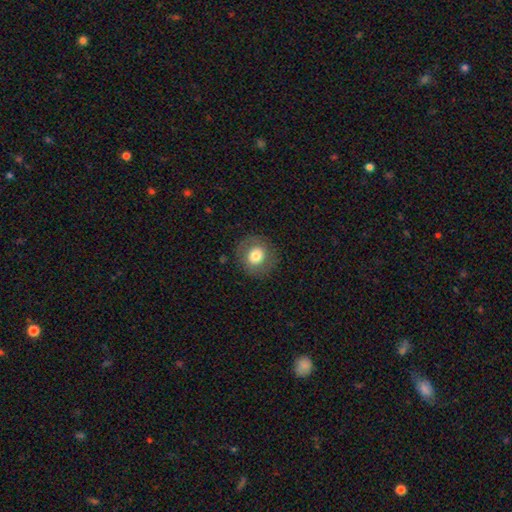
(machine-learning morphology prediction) Q: Smooth or featured?
A: smooth (73%); runner-up: featured or disk (18%)
Q: How rounded?
A: round (85%); runner-up: in between (14%)
Q: Merging?
A: none (85%); runner-up: minor disturbance (9%)